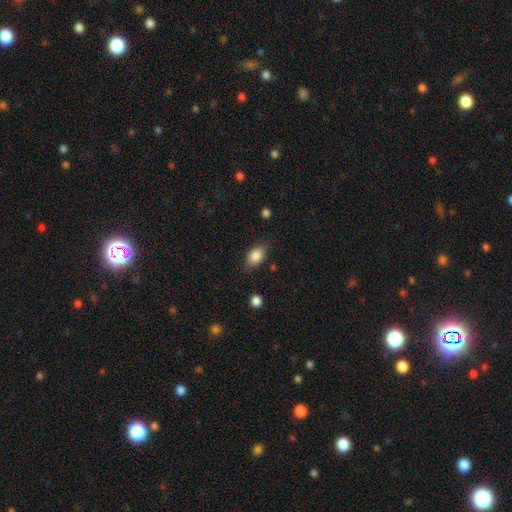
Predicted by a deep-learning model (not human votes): Smooth or featured: smooth — 85% (star or artifact — 8%)
How rounded: in between — 86% (round — 12%)
Merging: none — 80% (minor disturbance — 15%)